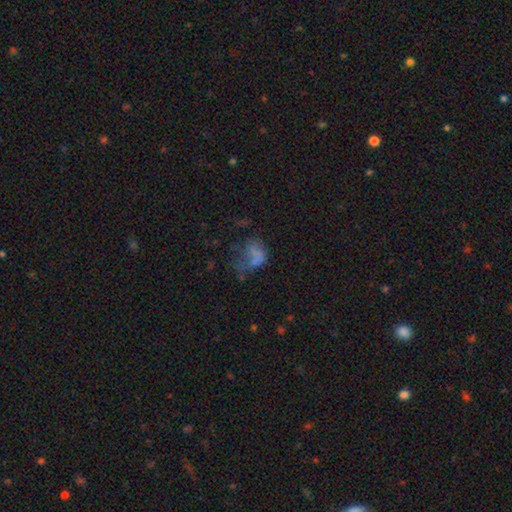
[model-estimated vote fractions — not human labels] Morphology: type=smooth (49%); merging=major disturbance (47%).